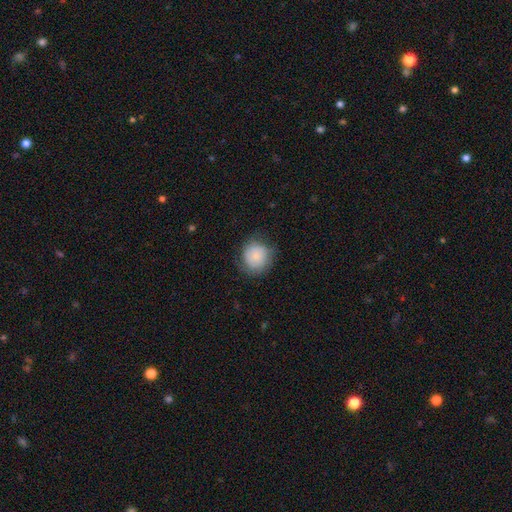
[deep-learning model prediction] Q: Smooth or featured?
A: smooth (77%); runner-up: featured or disk (16%)
Q: How rounded?
A: round (88%); runner-up: in between (11%)
Q: Merging?
A: none (66%); runner-up: minor disturbance (24%)